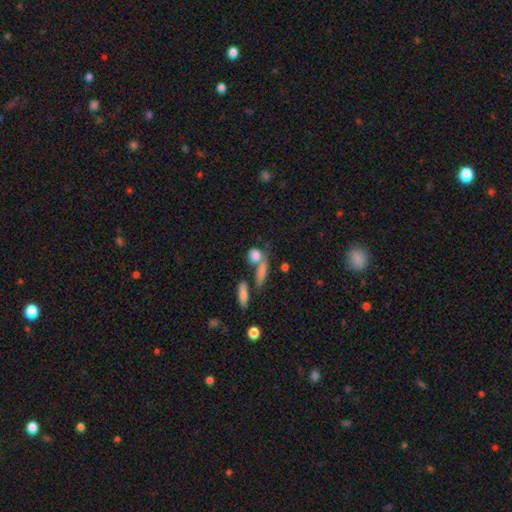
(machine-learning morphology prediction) This appears to be a smooth galaxy with no disk features (79%) that is round (62%). Merging: none (49%).